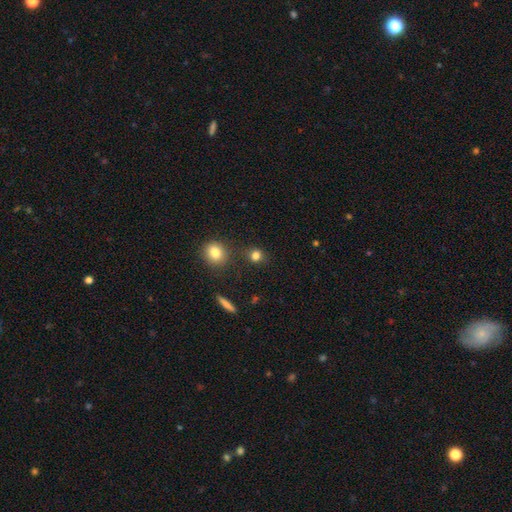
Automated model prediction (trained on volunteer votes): smooth-or-featured: smooth: 81% | star or artifact: 14% | featured or disk: 6%
  how-rounded: round: 82% | in between: 16% | cigar-shaped: 2%
  merging: none: 79% | minor disturbance: 10% | merger: 7% | major disturbance: 3%